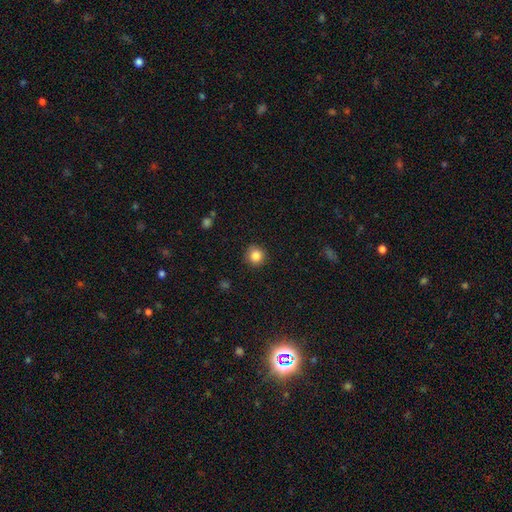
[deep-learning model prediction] Smooth or featured? Predicted: smooth (p=0.85). How rounded? Predicted: round (p=0.93). Merging? Predicted: none (p=0.89).